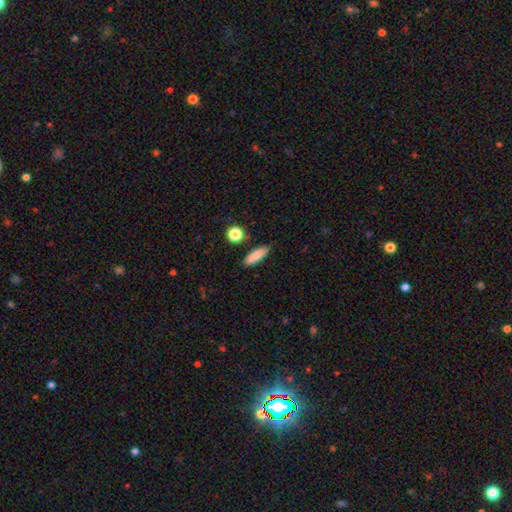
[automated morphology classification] Smooth or featured? Predicted: smooth (p=0.85). How rounded? Predicted: in between (p=0.53). Merging? Predicted: none (p=0.85).